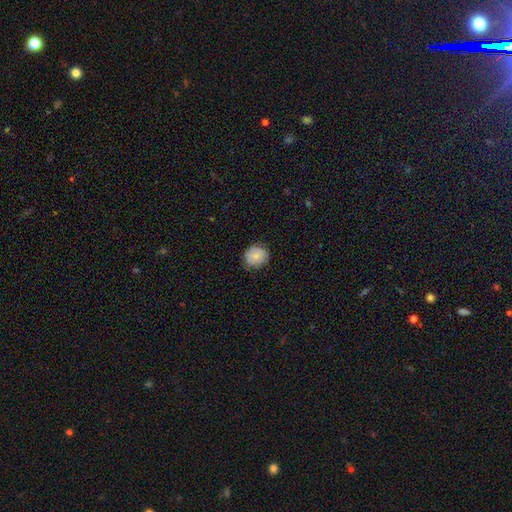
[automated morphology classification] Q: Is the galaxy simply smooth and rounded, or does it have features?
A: smooth — 72%.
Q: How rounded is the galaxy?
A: round — 74%.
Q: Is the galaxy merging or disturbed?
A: none — 74%.